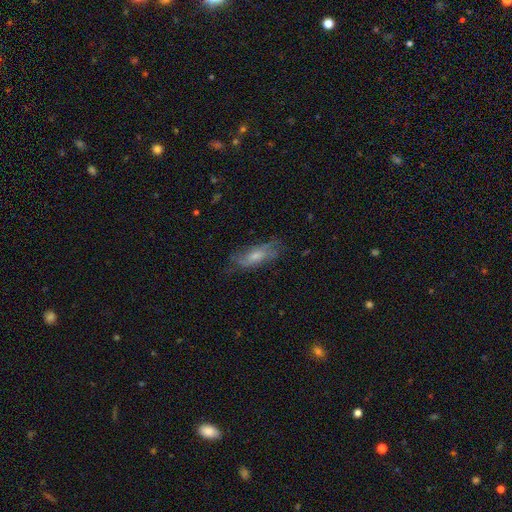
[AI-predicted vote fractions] Q: Smooth or featured?
A: featured or disk (55%); runner-up: smooth (35%)
Q: Edge-on disk?
A: no (75%); runner-up: yes (25%)
Q: Merging?
A: none (68%); runner-up: minor disturbance (21%)